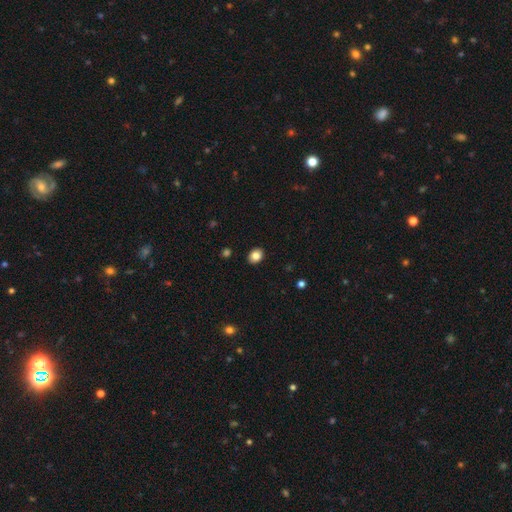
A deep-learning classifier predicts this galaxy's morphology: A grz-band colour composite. It shows a smooth galaxy with no disk features (85%) that is in between round and cigar-shaped (53%). Merging: none (90%).